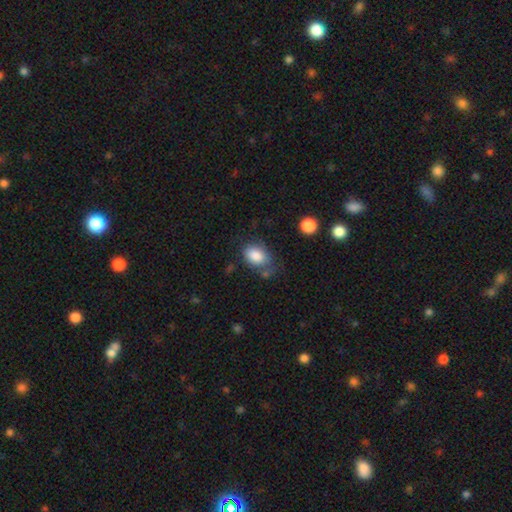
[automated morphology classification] Q: Smooth or featured?
A: smooth (85%); runner-up: featured or disk (8%)
Q: How rounded?
A: in between (81%); runner-up: round (18%)
Q: Merging?
A: none (57%); runner-up: minor disturbance (25%)